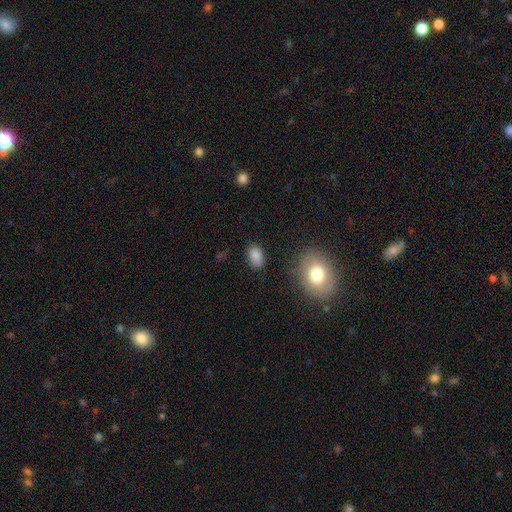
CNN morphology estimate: The model was most divided on "merging": none: 82%, minor disturbance: 12%, major disturbance: 3%, merger: 2%. More confident: how rounded — in between (89%); smooth or featured — smooth (86%).